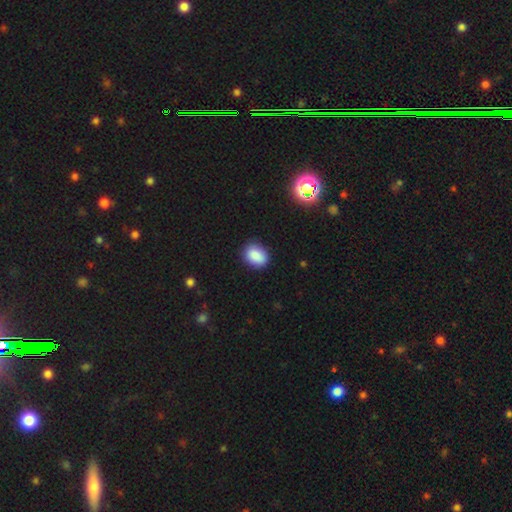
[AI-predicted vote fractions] Smooth or featured? Predicted: smooth (p=0.87). How rounded? Predicted: in between (p=0.64). Merging? Predicted: none (p=0.84).